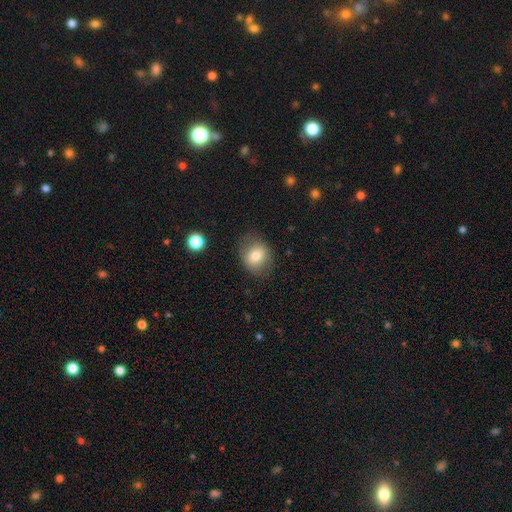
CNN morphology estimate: The model was most divided on "how rounded": round: 61%, in between: 38%, cigar-shaped: 1%. More confident: merging — none (76%); smooth or featured — smooth (75%).